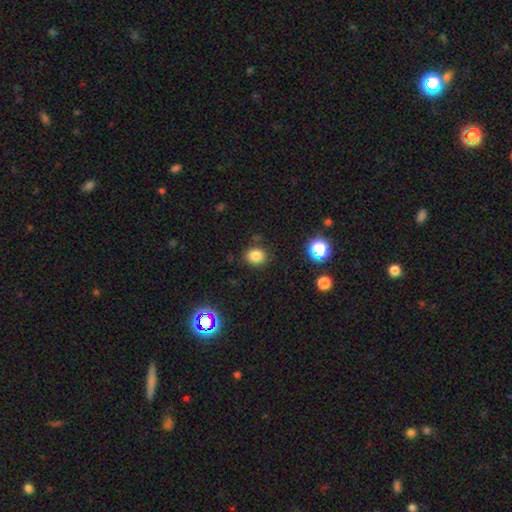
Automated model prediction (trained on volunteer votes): This is clearly a smooth galaxy (81%). How rounded: likely round (67%). Merging: clearly none (84%).